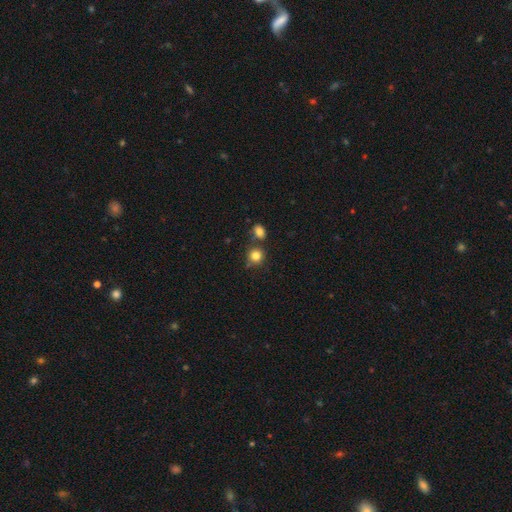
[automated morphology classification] Smooth or featured?
  - smooth: 82% *
  - star or artifact: 11%
  - featured or disk: 6%
How rounded?
  - round: 86% *
  - in between: 13%
  - cigar-shaped: 1%
Merging?
  - none: 68% *
  - merger: 19%
  - minor disturbance: 10%
  - major disturbance: 3%